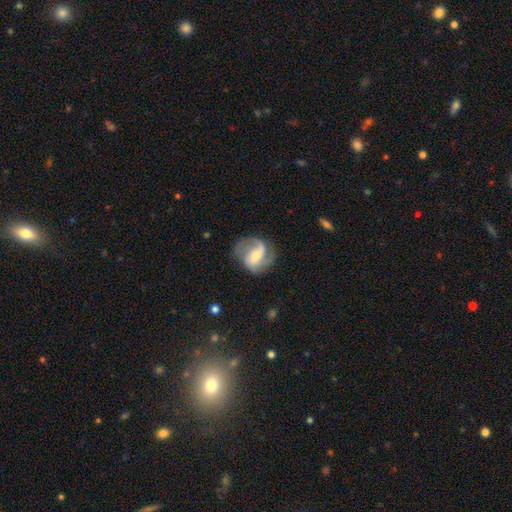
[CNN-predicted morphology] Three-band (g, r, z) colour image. It shows a featured or disk galaxy (77%) with a weak bar (43%), 2 (65%) medium (44%) spiral arms (93%) and a small central bulge (46%, tied with moderate). Merging: none (64%).